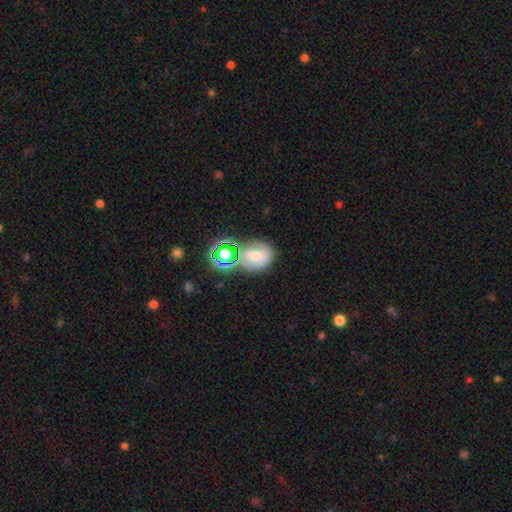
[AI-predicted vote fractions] A smooth galaxy with no disk features (42%).

Vote fractions:
- Smooth or featured? smooth: 42% / featured or disk: 31% / star or artifact: 27%
- Merging? none: 59% / minor disturbance: 18% / merger: 15% / major disturbance: 8%